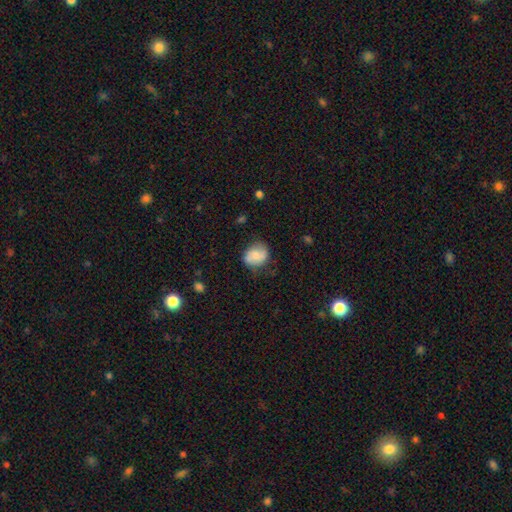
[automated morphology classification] smooth 64%, featured or disk 29%, star or artifact 8%. Down the decision tree: how rounded — round (55%); merging — none (65%).